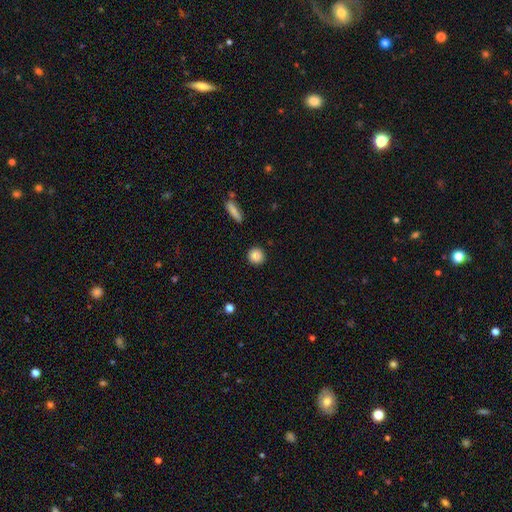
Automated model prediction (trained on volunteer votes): Smooth or featured?
  - smooth: 87% *
  - star or artifact: 8%
  - featured or disk: 4%
How rounded?
  - round: 92% *
  - in between: 6%
  - cigar-shaped: 1%
Merging?
  - none: 92% *
  - minor disturbance: 5%
  - major disturbance: 2%
  - merger: 1%